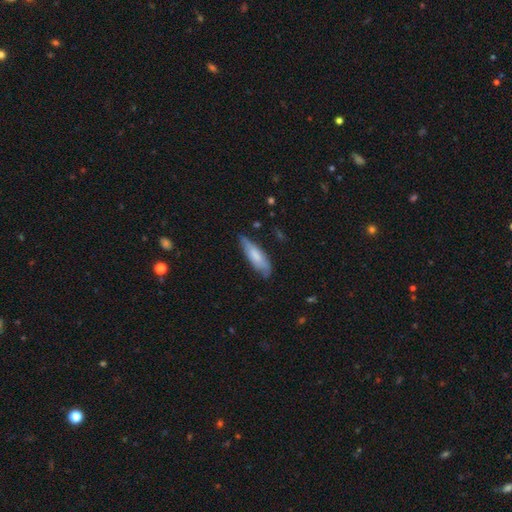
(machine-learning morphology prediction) type=smooth (69%); roundness=cigar-shaped (51%); merging=none (64%).